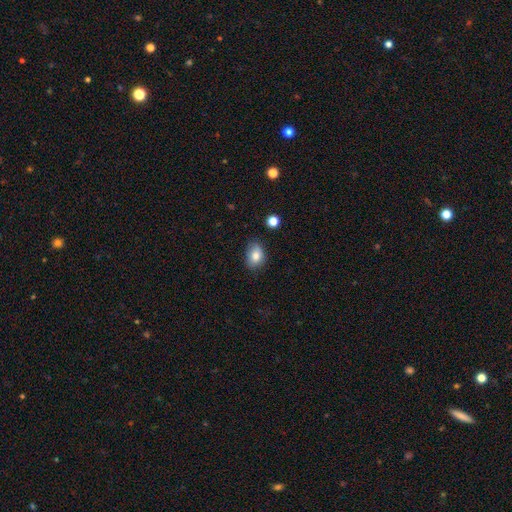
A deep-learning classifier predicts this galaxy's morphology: Smooth or featured? smooth (81%)
How rounded? in between (75%)
Merging? none (71%)